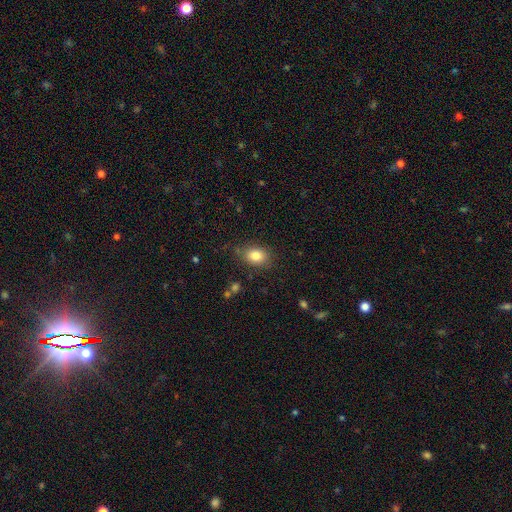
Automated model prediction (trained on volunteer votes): Q: Smooth or featured?
A: smooth (83%); runner-up: star or artifact (9%)
Q: How rounded?
A: in between (72%); runner-up: round (27%)
Q: Merging?
A: none (80%); runner-up: minor disturbance (14%)